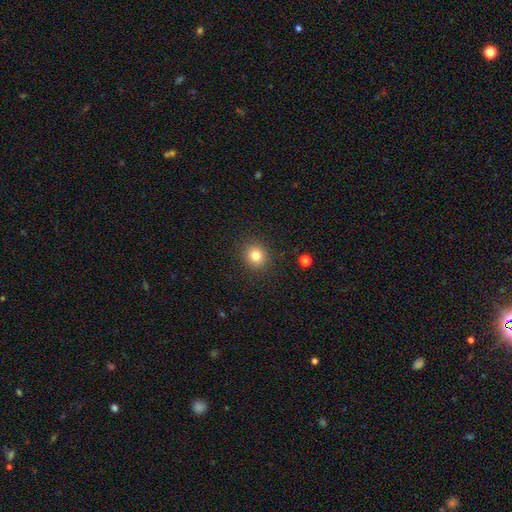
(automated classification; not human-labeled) Smooth or featured: smooth — 81% (star or artifact — 12%)
How rounded: round — 85% (in between — 14%)
Merging: none — 90% (minor disturbance — 6%)